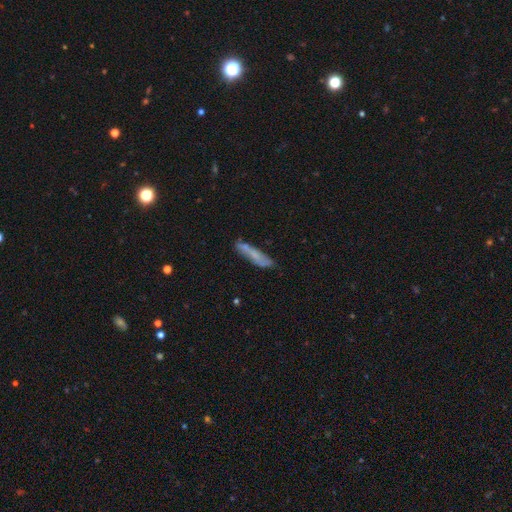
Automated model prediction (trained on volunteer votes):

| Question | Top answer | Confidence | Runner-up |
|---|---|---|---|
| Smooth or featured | smooth | 60% | featured or disk (33%) |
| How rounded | cigar-shaped | 86% | in between (13%) |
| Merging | none | 68% | minor disturbance (21%) |